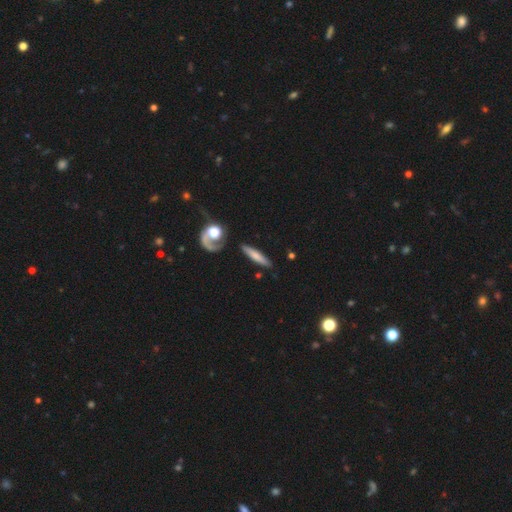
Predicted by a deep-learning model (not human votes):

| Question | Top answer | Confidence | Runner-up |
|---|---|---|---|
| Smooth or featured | smooth | 59% | featured or disk (35%) |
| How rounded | cigar-shaped | 82% | in between (14%) |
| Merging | none | 82% | minor disturbance (10%) |